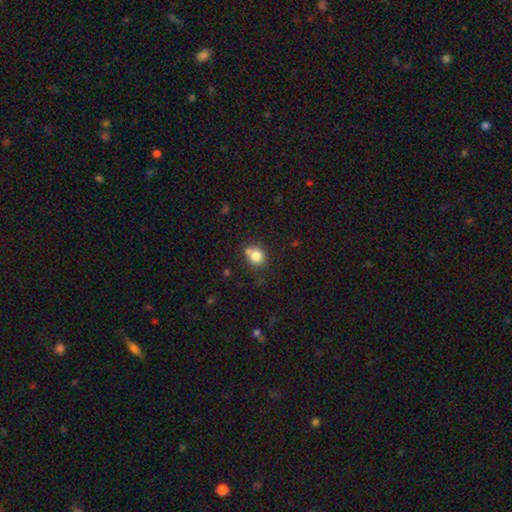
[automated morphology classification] smooth-or-featured: smooth: 79% | star or artifact: 11% | featured or disk: 9%
  how-rounded: round: 75% | in between: 24% | cigar-shaped: 1%
  merging: none: 61% | merger: 20% | minor disturbance: 15% | major disturbance: 4%